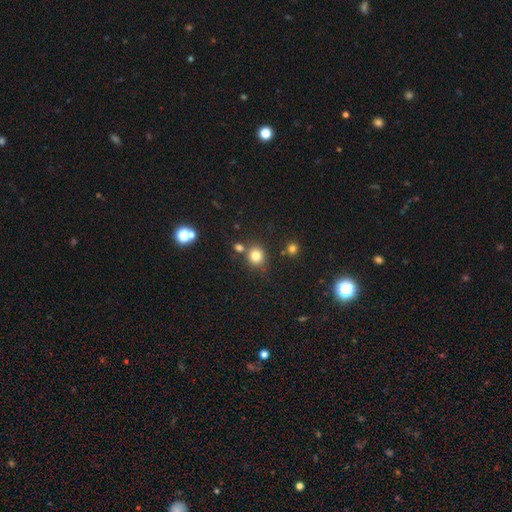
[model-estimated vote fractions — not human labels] Q: Smooth or featured?
A: smooth (79%); runner-up: star or artifact (14%)
Q: How rounded?
A: round (83%); runner-up: in between (16%)
Q: Merging?
A: none (73%); runner-up: merger (13%)